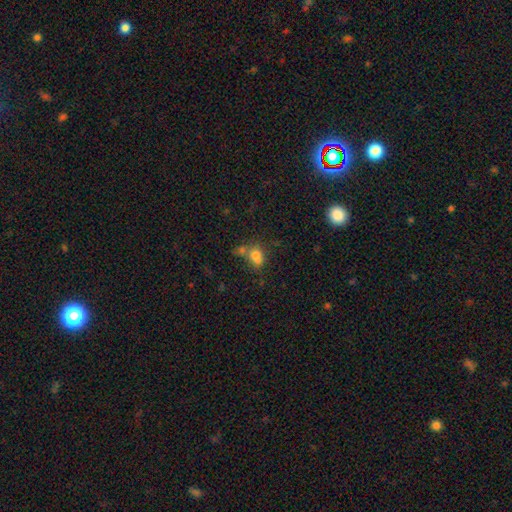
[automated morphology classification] Smooth or featured: smooth — 71% (star or artifact — 15%)
How rounded: round — 52% (in between — 46%)
Merging: merger — 51% (none — 30%)